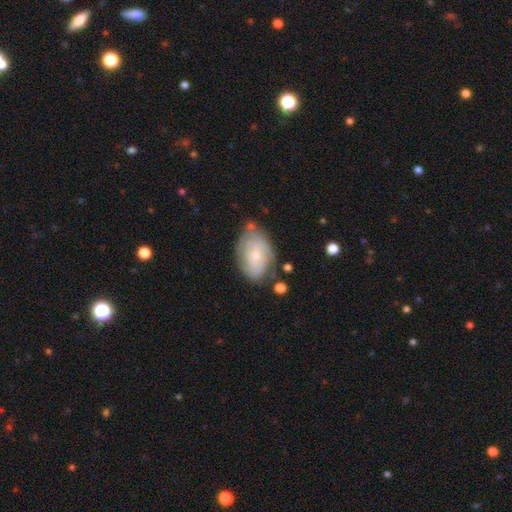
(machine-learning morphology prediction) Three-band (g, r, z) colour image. It shows a featured or disk galaxy (55%) with no bar (77%), spiral arms (69%) and a small central bulge (65%). Merging: none (61%).